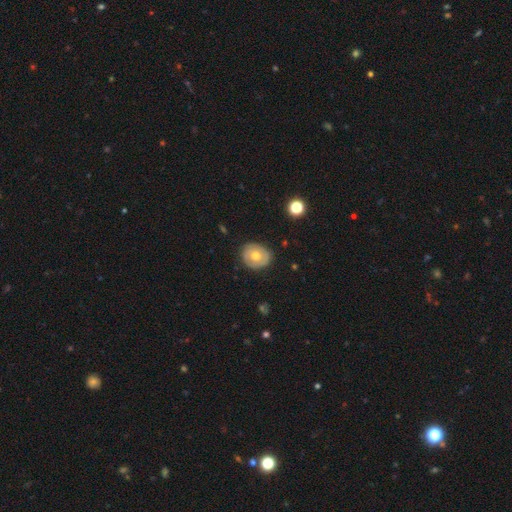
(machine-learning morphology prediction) smooth-or-featured: smooth: 53% | featured or disk: 39% | star or artifact: 8%
  how-rounded: round: 61% | in between: 38% | cigar-shaped: 1%
  merging: none: 82% | minor disturbance: 13% | major disturbance: 3% | merger: 1%